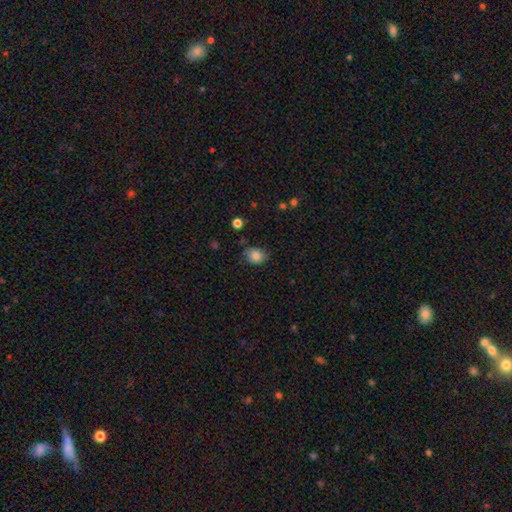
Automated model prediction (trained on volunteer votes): This appears to be a smooth galaxy with no disk features (82%) that is round (61%). Merging: none (66%).